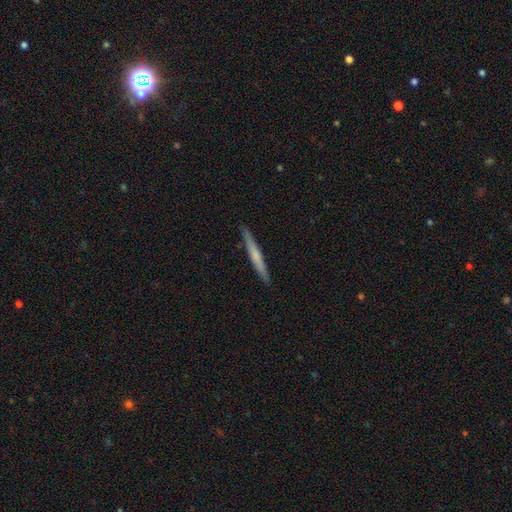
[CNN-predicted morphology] type=smooth (51%); roundness=cigar-shaped (97%); merging=none (91%).